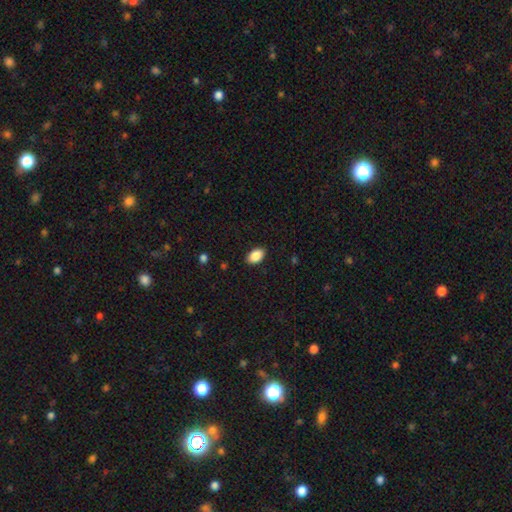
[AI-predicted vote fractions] A smooth galaxy with no disk features (89%) that is in between round and cigar-shaped (92%).

Vote fractions:
- Smooth or featured? smooth: 89% / star or artifact: 7% / featured or disk: 4%
- How rounded? in between: 92% / round: 7% / cigar-shaped: 1%
- Merging? none: 89% / minor disturbance: 8% / major disturbance: 2% / merger: 1%